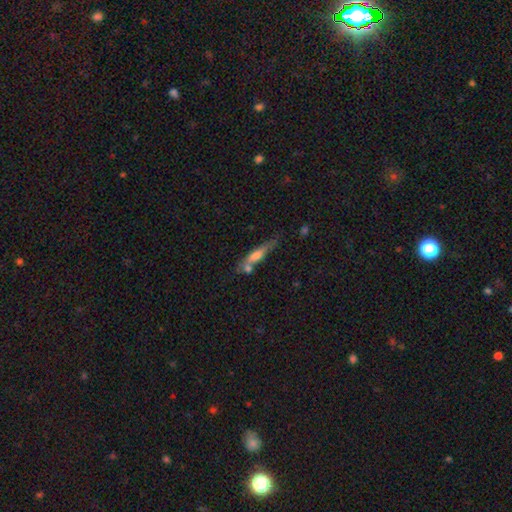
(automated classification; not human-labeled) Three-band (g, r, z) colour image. It shows a smooth galaxy with no disk features (53%) that is cigar-shaped (80%). Merging: none (49%).